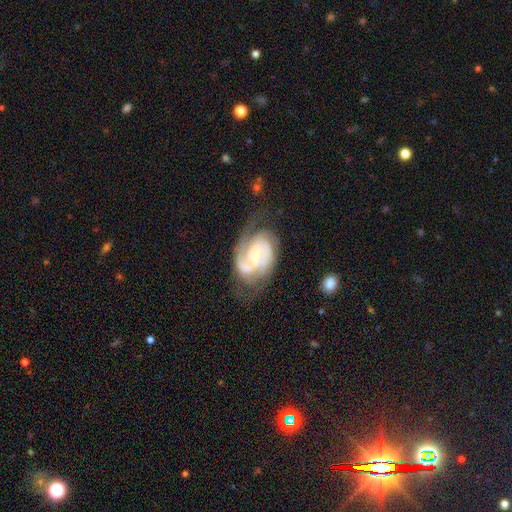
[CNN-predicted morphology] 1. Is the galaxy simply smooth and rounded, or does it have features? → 89% featured or disk, 6% smooth, 5% star or artifact.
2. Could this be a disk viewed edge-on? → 98% no, 2% yes.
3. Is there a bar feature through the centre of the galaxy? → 45% weak, 36% no, 19% strong.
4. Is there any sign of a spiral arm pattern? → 98% yes, 2% no.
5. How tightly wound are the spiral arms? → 55% tight, 38% medium, 7% loose.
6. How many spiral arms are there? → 75% 2, 10% 3, 8% can't tell, 3% 1, 2% 4, 2% more than 4.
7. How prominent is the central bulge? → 55% small, 27% moderate, 13% none, 4% large, 1% dominant.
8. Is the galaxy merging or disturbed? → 65% none, 21% minor disturbance, 12% major disturbance, 2% merger.